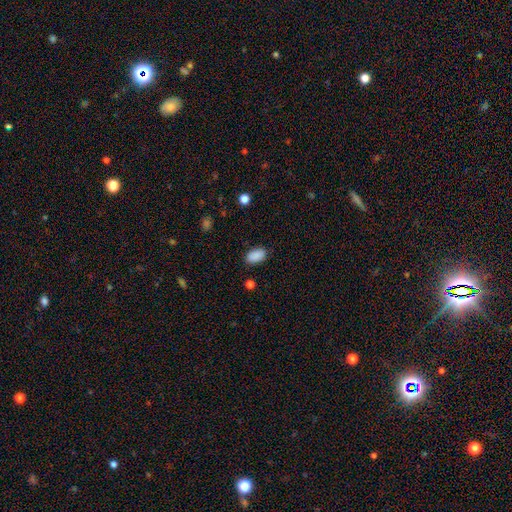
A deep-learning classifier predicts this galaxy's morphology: smooth 90%, star or artifact 8%, featured or disk 3%. Down the decision tree: how rounded — in between (94%); merging — none (86%).